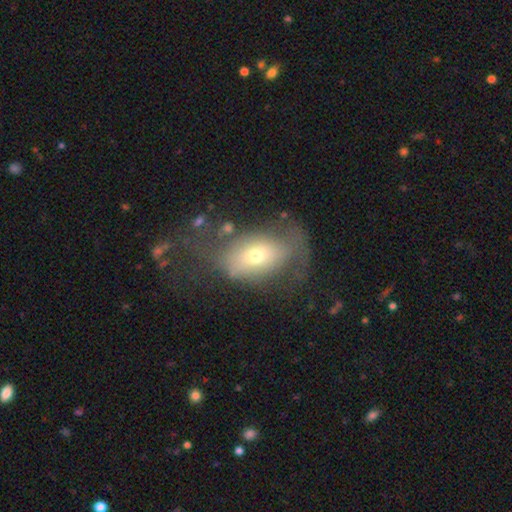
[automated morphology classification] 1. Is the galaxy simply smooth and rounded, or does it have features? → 54% smooth, 36% featured or disk, 11% star or artifact.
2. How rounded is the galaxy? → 74% in between, 24% round, 2% cigar-shaped.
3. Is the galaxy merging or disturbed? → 40% major disturbance, 34% none, 22% minor disturbance, 4% merger.